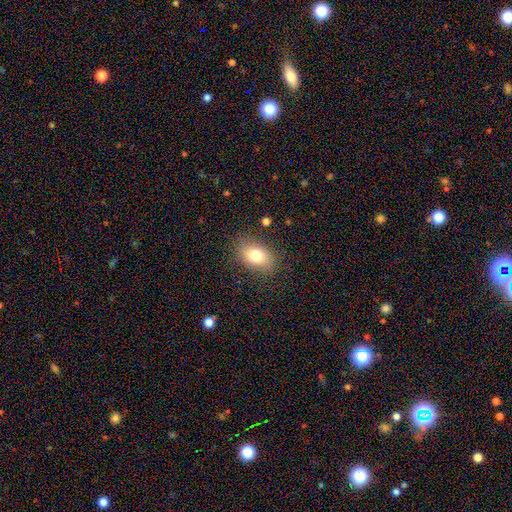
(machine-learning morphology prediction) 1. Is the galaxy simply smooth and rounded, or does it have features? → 77% smooth, 13% featured or disk, 10% star or artifact.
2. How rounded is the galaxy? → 80% in between, 19% round, 2% cigar-shaped.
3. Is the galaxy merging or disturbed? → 82% none, 12% minor disturbance, 4% major disturbance, 1% merger.